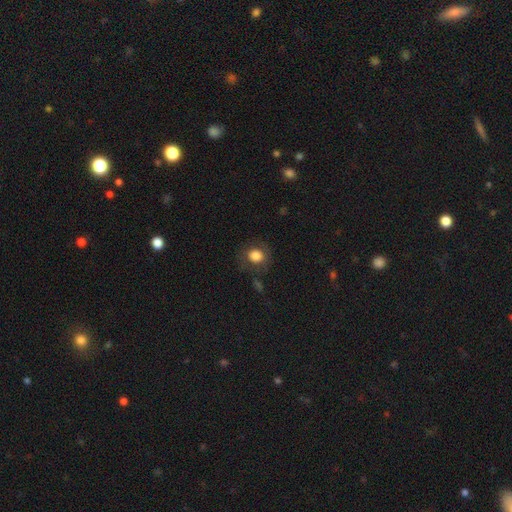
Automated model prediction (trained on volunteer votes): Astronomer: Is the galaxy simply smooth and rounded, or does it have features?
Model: smooth — 79%.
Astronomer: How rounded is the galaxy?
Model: round — 75%.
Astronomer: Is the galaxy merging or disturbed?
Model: none — 74%.